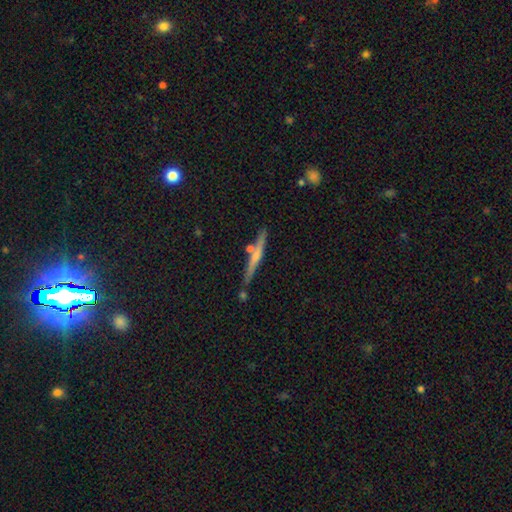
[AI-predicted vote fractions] Smooth or featured: featured or disk — 63% (smooth — 22%)
Edge-on disk: yes — 94% (no — 6%)
Edge-on bulge: rounded — 61% (none — 29%)
Merging: none — 81% (minor disturbance — 11%)